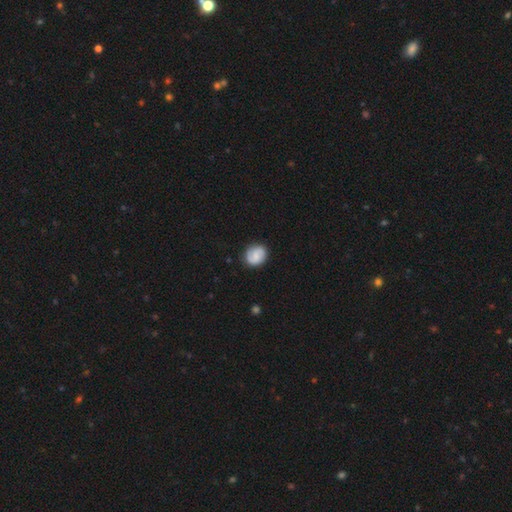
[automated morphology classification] Smooth or featured? Predicted: smooth (p=0.49). Merging? Predicted: none (p=0.83).